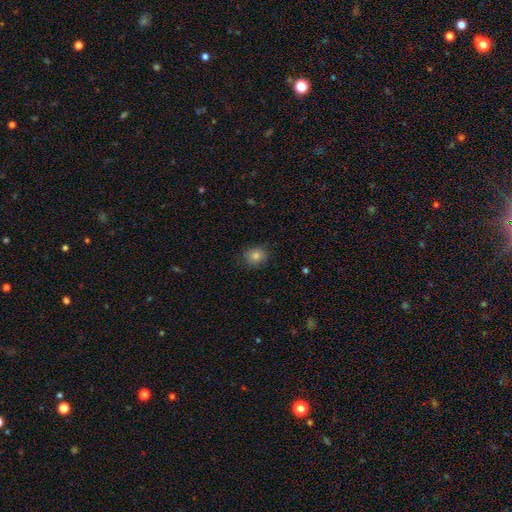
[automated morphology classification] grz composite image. It shows a smooth galaxy with no disk features (80%) that is round (58%). Merging: none (84%).